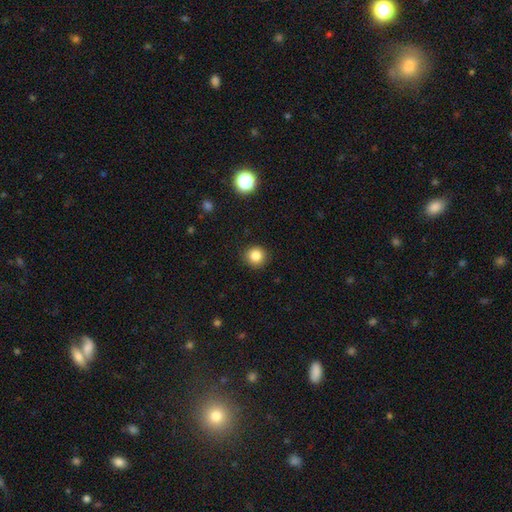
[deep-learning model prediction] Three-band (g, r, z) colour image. It shows a smooth galaxy with no disk features (84%) that is round (93%). Merging: none (90%).